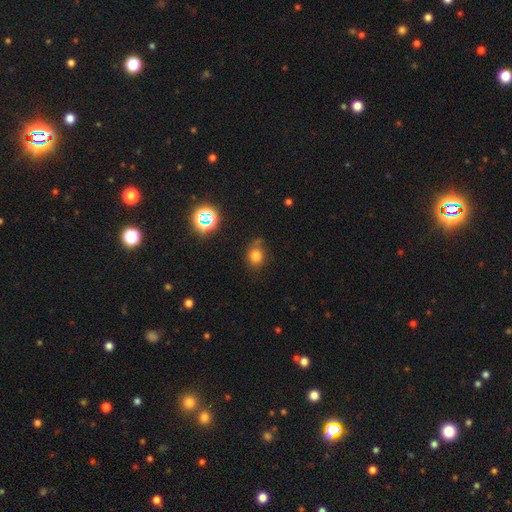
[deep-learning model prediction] Smooth or featured: smooth — 74% (star or artifact — 17%)
How rounded: round — 58% (in between — 41%)
Merging: none — 60% (minor disturbance — 26%)